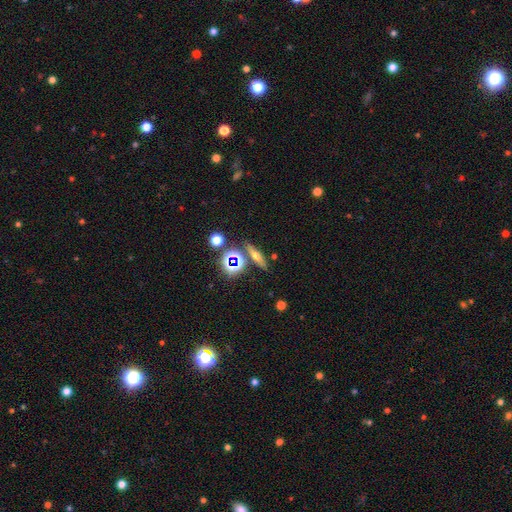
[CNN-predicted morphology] This is marginally a smooth galaxy (42%). Merging: likely none (79%).